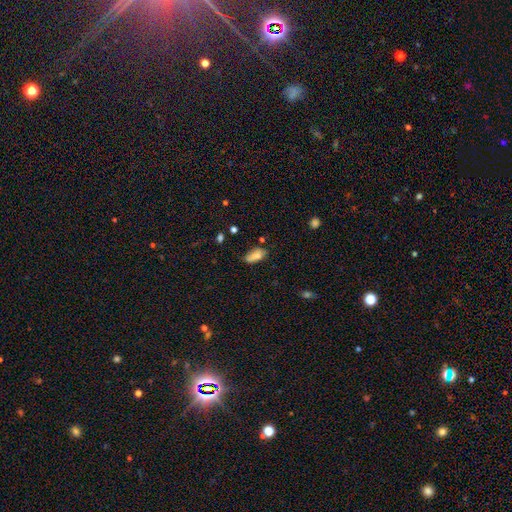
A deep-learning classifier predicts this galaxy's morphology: Smooth or featured?
  - smooth: 78% *
  - featured or disk: 13%
  - star or artifact: 9%
How rounded?
  - in between: 87% *
  - cigar-shaped: 9%
  - round: 3%
Merging?
  - none: 57% *
  - minor disturbance: 29%
  - major disturbance: 8%
  - merger: 6%